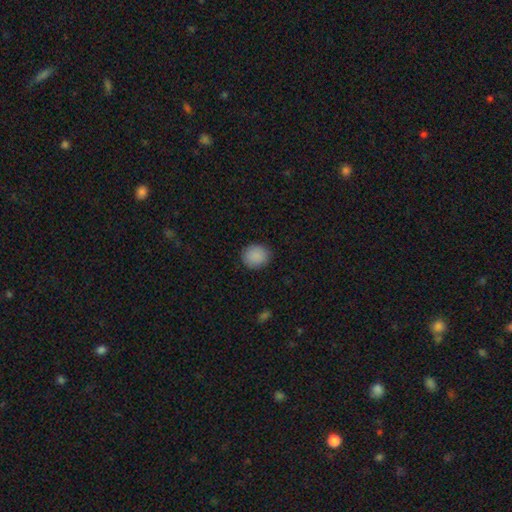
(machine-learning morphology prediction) A smooth galaxy with no disk features (89%) that is round (80%).

Vote fractions:
- Smooth or featured? smooth: 89% / star or artifact: 8% / featured or disk: 3%
- How rounded? round: 80% / in between: 19% / cigar-shaped: 1%
- Merging? none: 89% / minor disturbance: 8% / major disturbance: 2% / merger: 1%